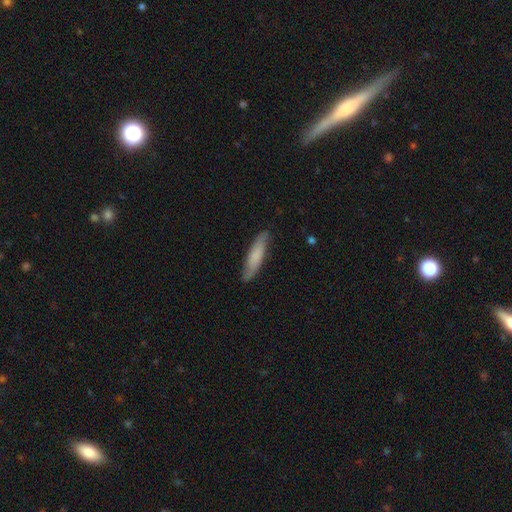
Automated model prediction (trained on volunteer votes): Smooth or featured? smooth (69%)
How rounded? cigar-shaped (80%)
Merging? none (84%)